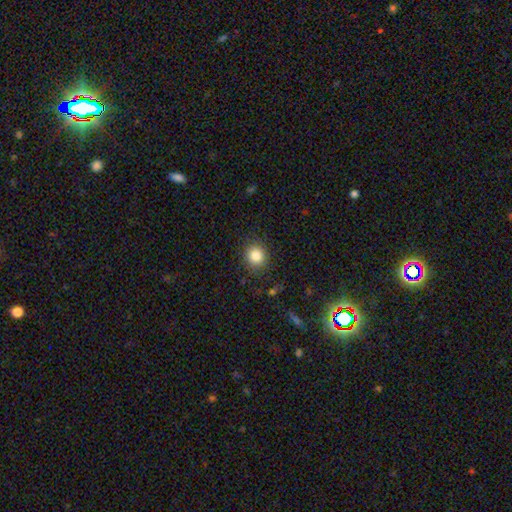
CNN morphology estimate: type=smooth (85%); roundness=round (84%); merging=none (87%).